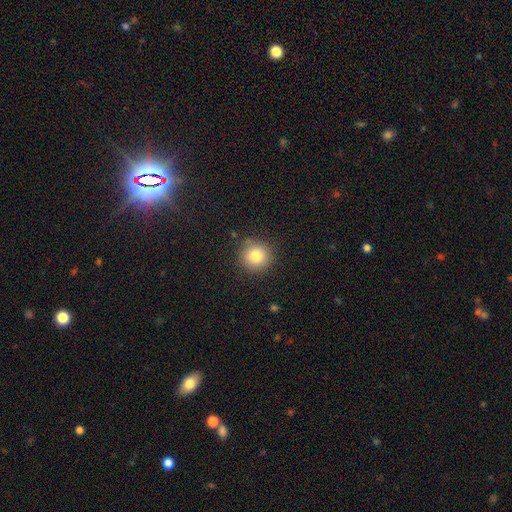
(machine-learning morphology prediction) smooth_or_featured: smooth (p=0.82) [alt: star or artifact p=0.10]
how_rounded: round (p=0.92) [alt: in between p=0.07]
merging: none (p=0.87) [alt: minor disturbance p=0.09]